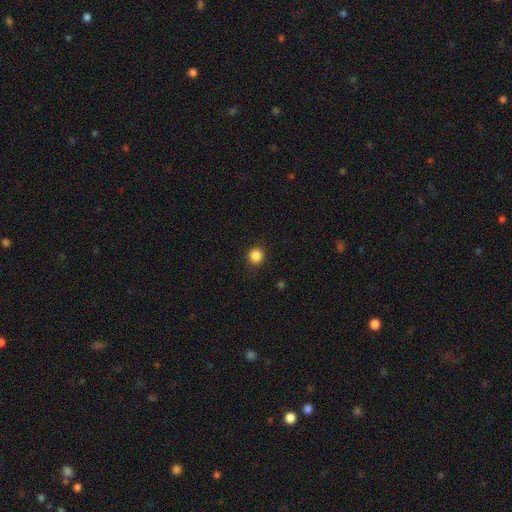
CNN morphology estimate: Overall: smooth (86%). How rounded: round (93%). Merging: none (90%).